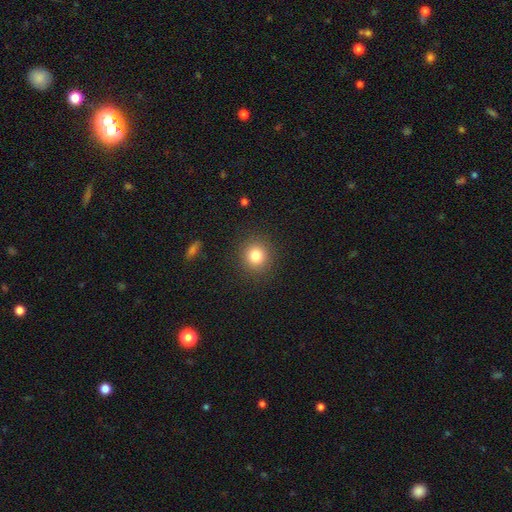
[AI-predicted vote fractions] This appears to be a smooth galaxy with no disk features (81%) that is round (90%). Merging: none (90%).